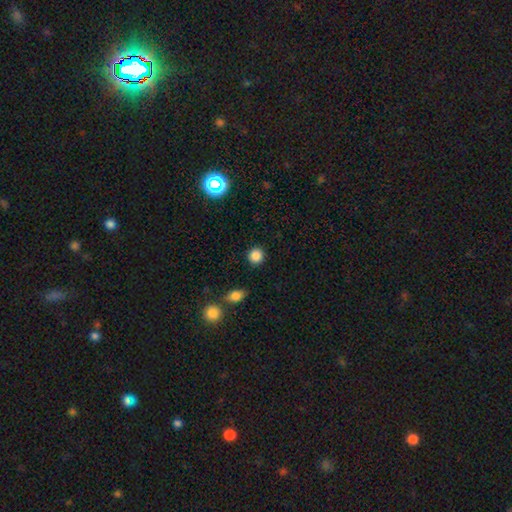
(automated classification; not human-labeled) smooth_or_featured: smooth (p=0.85) [alt: star or artifact p=0.11]
how_rounded: round (p=0.92) [alt: in between p=0.07]
merging: none (p=0.90) [alt: minor disturbance p=0.06]